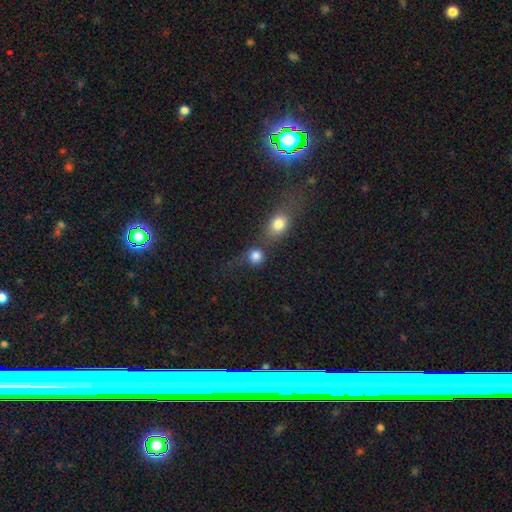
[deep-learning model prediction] smooth_or_featured: smooth (p=0.82) [alt: star or artifact p=0.10]
how_rounded: round (p=0.84) [alt: in between p=0.14]
merging: none (p=0.45) [alt: merger p=0.34]